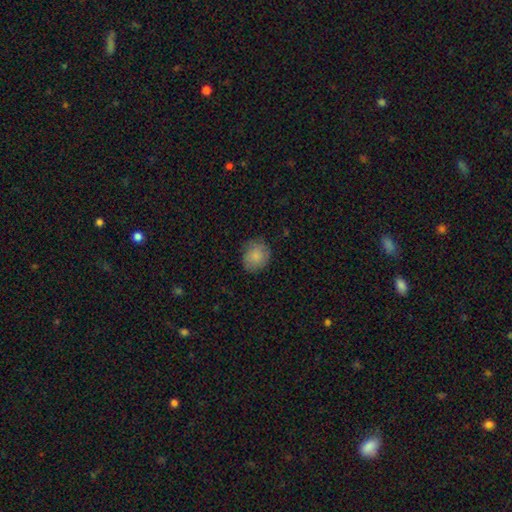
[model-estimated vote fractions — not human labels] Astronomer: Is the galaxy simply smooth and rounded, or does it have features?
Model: smooth — 85%.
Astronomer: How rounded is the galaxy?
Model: round — 74%.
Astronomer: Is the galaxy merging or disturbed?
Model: none — 81%.